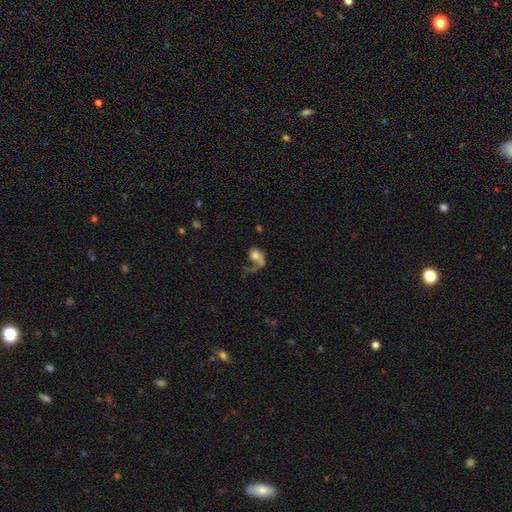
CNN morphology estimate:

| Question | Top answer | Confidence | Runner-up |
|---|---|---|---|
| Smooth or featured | featured or disk | 46% | smooth (44%) |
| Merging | major disturbance | 48% | none (25%) |